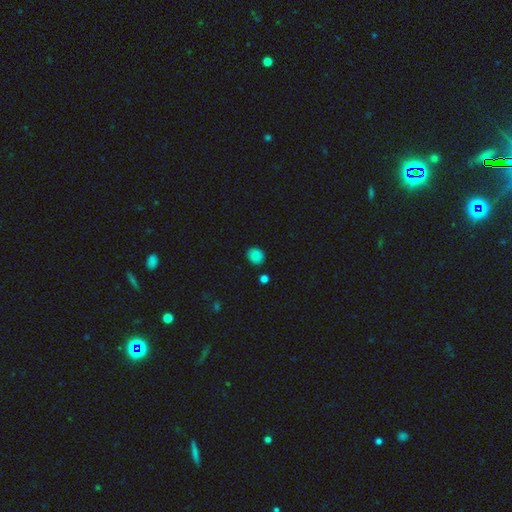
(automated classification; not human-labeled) smooth-or-featured: smooth: 85% | star or artifact: 11% | featured or disk: 4%
  how-rounded: round: 58% | in between: 41% | cigar-shaped: 1%
  merging: none: 85% | minor disturbance: 9% | merger: 3% | major disturbance: 2%